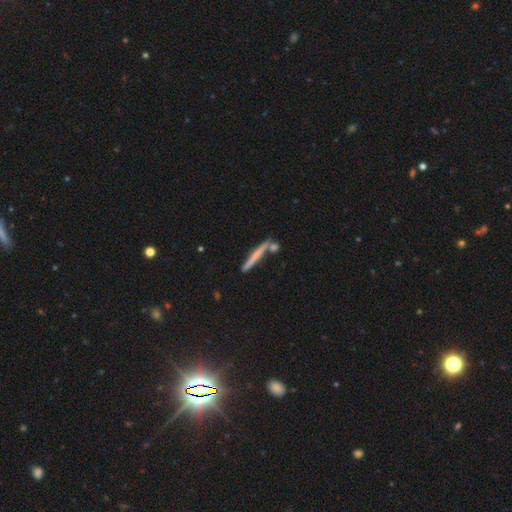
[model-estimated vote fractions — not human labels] smooth_or_featured: smooth (p=0.50) [alt: featured or disk p=0.43]
merging: none (p=0.74) [alt: merger p=0.12]